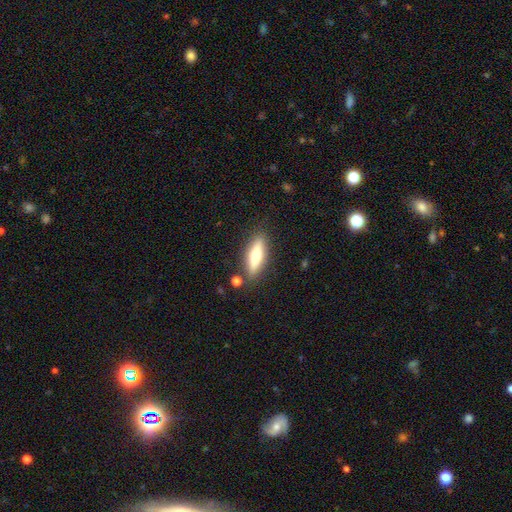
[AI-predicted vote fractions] Morphology: type=smooth (56%); roundness=cigar-shaped (58%); merging=none (84%).